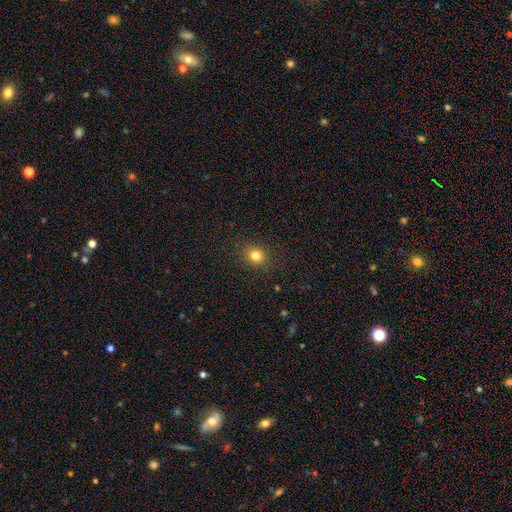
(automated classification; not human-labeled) smooth_or_featured: smooth (p=0.80) [alt: star or artifact p=0.14]
how_rounded: round (p=0.75) [alt: in between p=0.24]
merging: none (p=0.89) [alt: minor disturbance p=0.08]